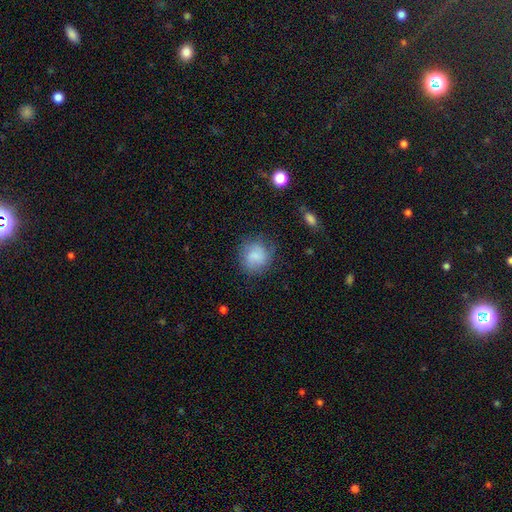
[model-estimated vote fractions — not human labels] Smooth or featured? Predicted: smooth (p=0.78). How rounded? Predicted: round (p=0.84). Merging? Predicted: none (p=0.73).